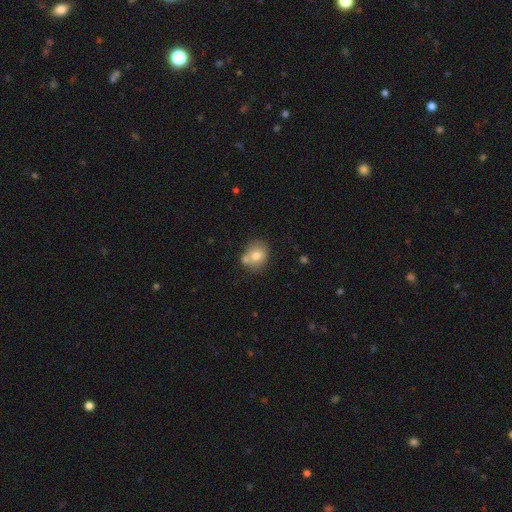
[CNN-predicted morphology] smooth-or-featured: smooth: 75% | featured or disk: 16% | star or artifact: 10%
  how-rounded: round: 65% | in between: 34% | cigar-shaped: 1%
  merging: none: 58% | merger: 24% | minor disturbance: 14% | major disturbance: 4%